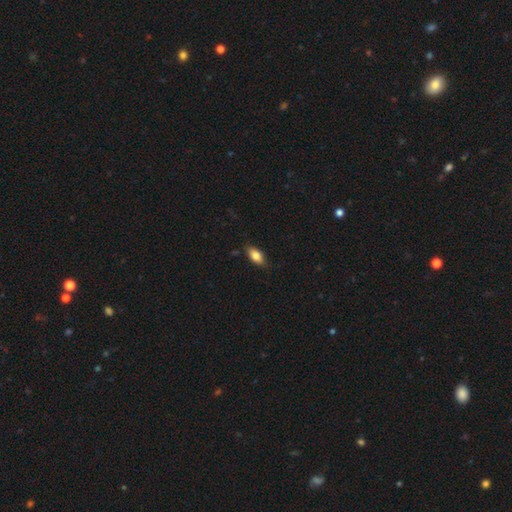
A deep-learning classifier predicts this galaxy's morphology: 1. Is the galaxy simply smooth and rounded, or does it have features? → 82% smooth, 11% featured or disk, 7% star or artifact.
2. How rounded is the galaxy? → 89% in between, 7% cigar-shaped, 4% round.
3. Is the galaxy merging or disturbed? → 81% none, 15% minor disturbance, 2% major disturbance, 1% merger.